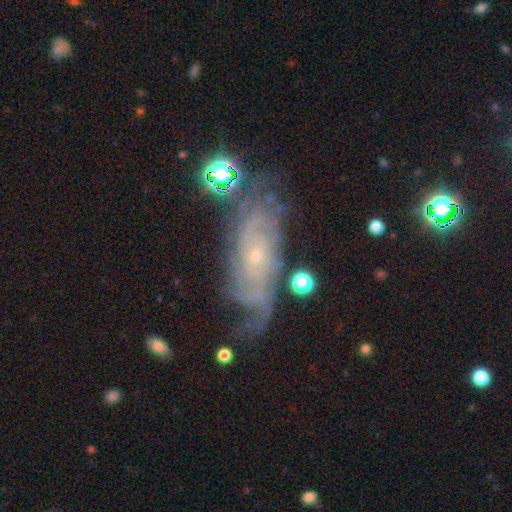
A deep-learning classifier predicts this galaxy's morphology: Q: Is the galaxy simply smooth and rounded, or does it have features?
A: featured or disk — 85%.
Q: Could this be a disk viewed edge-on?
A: no — 93%.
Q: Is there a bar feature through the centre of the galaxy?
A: no — 74%.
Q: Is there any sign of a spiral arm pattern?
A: yes — 96%.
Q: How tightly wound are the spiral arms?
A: tight — 64%.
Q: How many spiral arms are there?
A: can't tell — 33%.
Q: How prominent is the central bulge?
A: small — 83%.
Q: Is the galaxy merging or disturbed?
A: none — 68%.